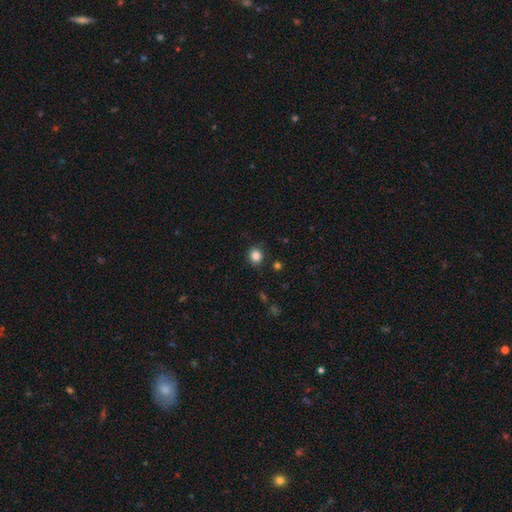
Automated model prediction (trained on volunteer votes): A smooth galaxy with no disk features (85%) that is round (80%). Merging: none (86%).